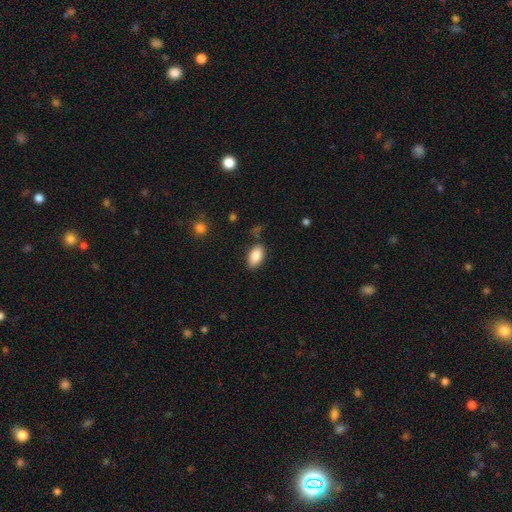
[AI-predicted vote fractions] smooth_or_featured: smooth (p=0.87) [alt: star or artifact p=0.07]
how_rounded: in between (p=0.93) [alt: round p=0.04]
merging: none (p=0.81) [alt: minor disturbance p=0.13]